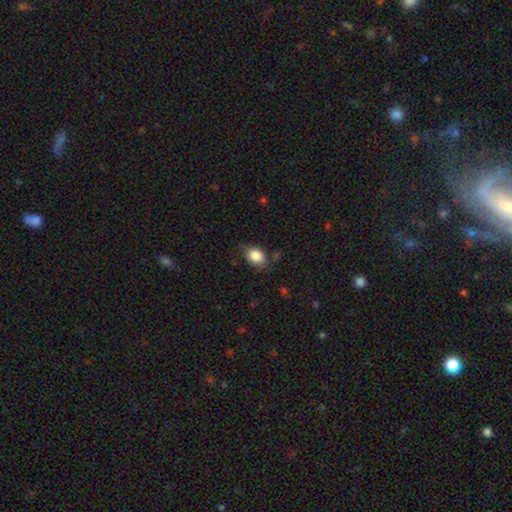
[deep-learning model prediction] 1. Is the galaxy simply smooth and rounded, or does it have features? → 84% smooth, 8% star or artifact, 8% featured or disk.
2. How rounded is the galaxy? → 70% in between, 29% round, 1% cigar-shaped.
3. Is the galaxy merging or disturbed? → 62% none, 28% minor disturbance, 8% major disturbance, 2% merger.